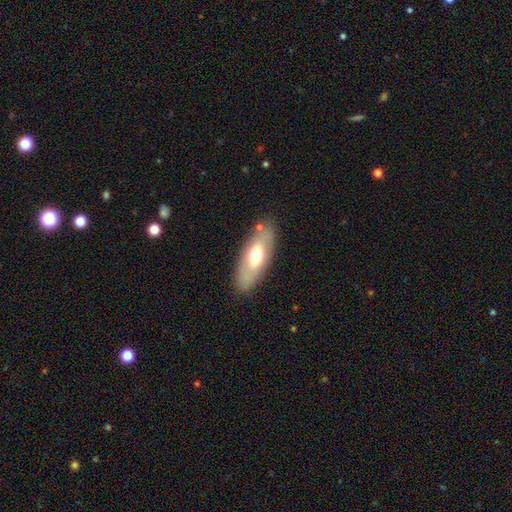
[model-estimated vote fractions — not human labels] A smooth galaxy with no disk features (58%) that is in between round and cigar-shaped (76%). Merging: none (81%).